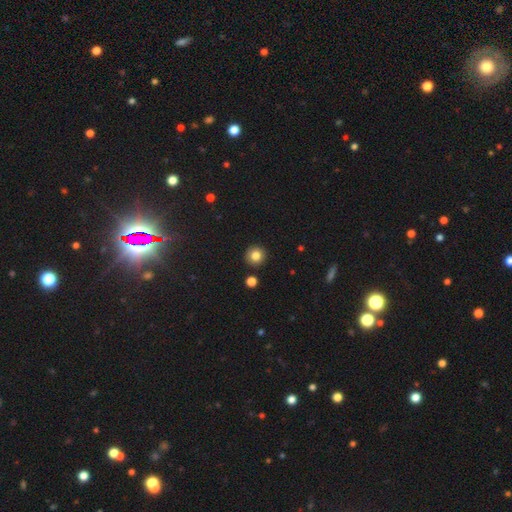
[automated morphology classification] Smooth or featured? smooth (82%)
How rounded? round (93%)
Merging? none (91%)